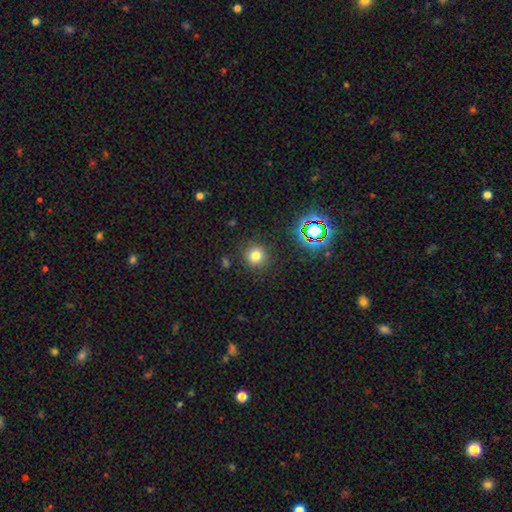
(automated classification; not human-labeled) This is likely a smooth galaxy (74%). How rounded: clearly round (92%). Merging: clearly none (88%).